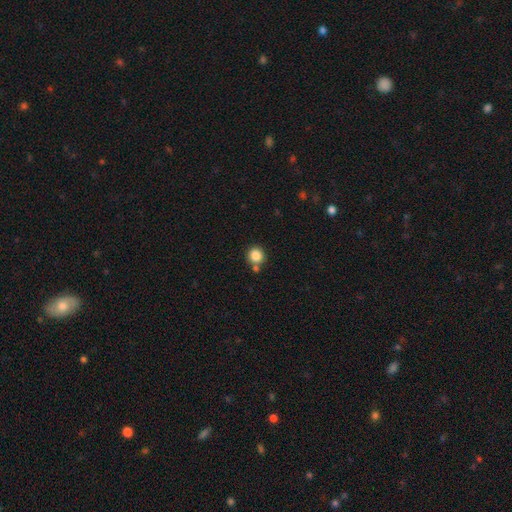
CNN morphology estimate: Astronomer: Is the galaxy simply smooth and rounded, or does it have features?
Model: smooth — 85%.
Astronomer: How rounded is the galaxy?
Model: round — 93%.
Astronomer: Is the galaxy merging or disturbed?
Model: none — 74%.